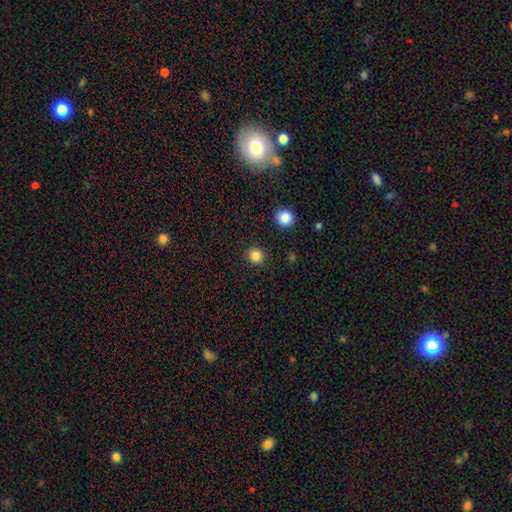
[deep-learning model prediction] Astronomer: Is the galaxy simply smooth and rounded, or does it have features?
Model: smooth — 85%.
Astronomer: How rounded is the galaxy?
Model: round — 89%.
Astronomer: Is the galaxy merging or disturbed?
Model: none — 90%.